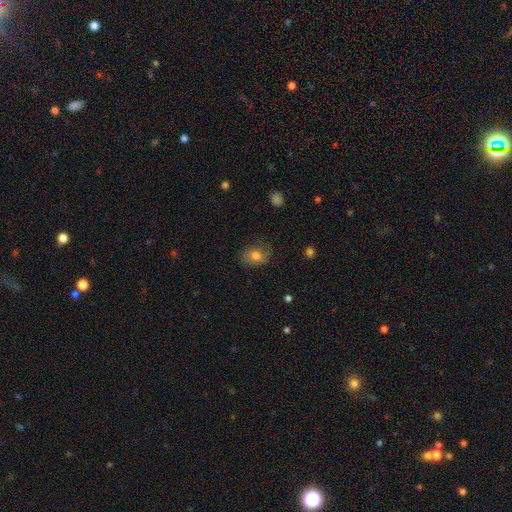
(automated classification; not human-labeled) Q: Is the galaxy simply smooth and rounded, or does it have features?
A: smooth — 72%.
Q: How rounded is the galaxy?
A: in between — 58%.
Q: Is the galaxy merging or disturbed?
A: none — 72%.